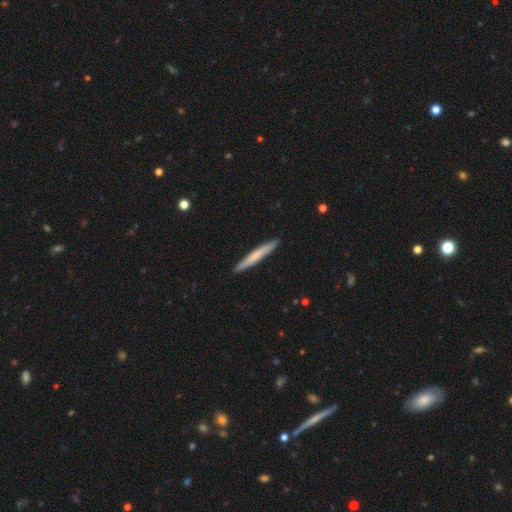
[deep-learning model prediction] Smooth or featured?
  - smooth: 62% *
  - featured or disk: 33%
  - star or artifact: 5%
How rounded?
  - cigar-shaped: 96% *
  - in between: 2%
  - round: 1%
Merging?
  - none: 92% *
  - minor disturbance: 6%
  - major disturbance: 1%
  - merger: 1%